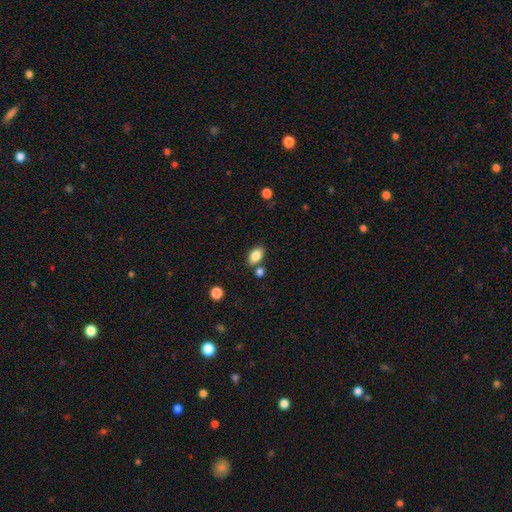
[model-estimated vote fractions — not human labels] Morphology: type=smooth (85%); roundness=in between (90%); merging=none (75%).